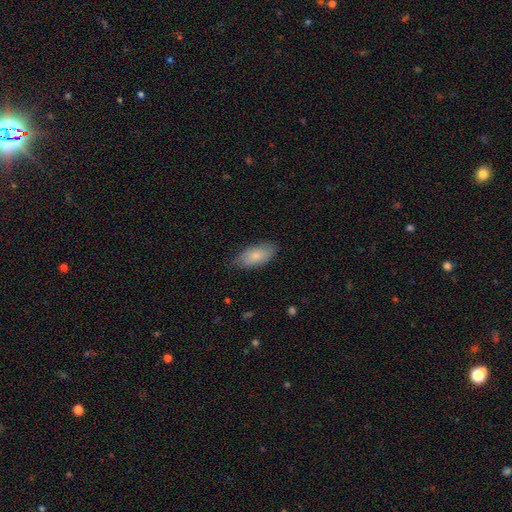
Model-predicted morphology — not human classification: This appears to be a smooth galaxy with no disk features (81%) that is in between round and cigar-shaped (89%). Merging: none (78%).